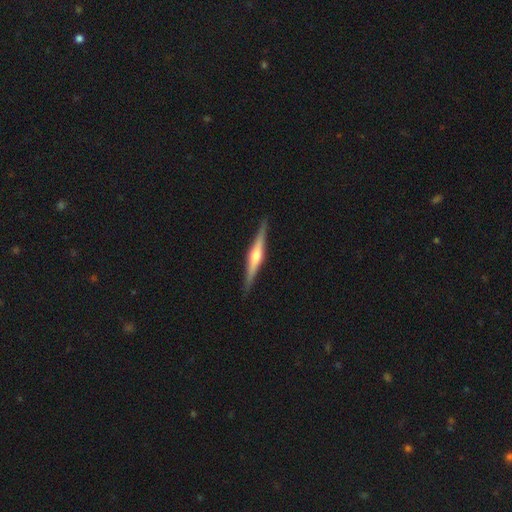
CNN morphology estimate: smooth-or-featured: featured or disk: 74% | smooth: 21% | star or artifact: 5%
  disk-edge-on: yes: 98% | no: 2%
    edge-on-bulge: rounded: 87% | boxy: 8% | none: 6%
  merging: none: 91% | minor disturbance: 7% | major disturbance: 1% | merger: 1%